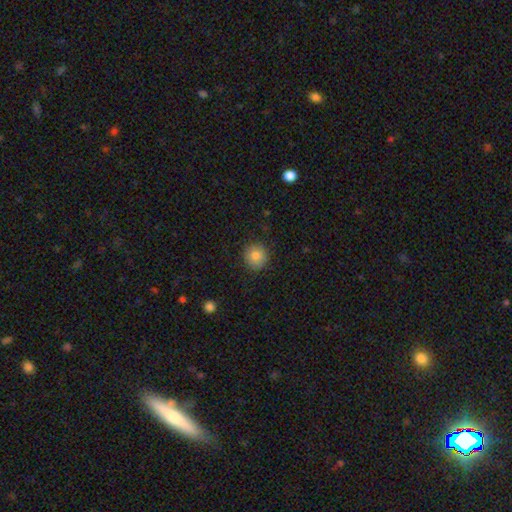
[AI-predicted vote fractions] This appears to be a smooth galaxy with no disk features (83%) that is round (91%). Merging: none (89%).